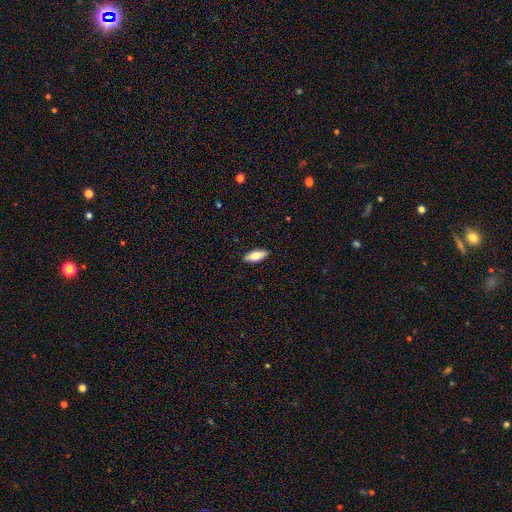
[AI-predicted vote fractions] Smooth or featured: smooth — 73% (featured or disk — 21%)
How rounded: in between — 72% (cigar-shaped — 25%)
Merging: none — 90% (minor disturbance — 7%)